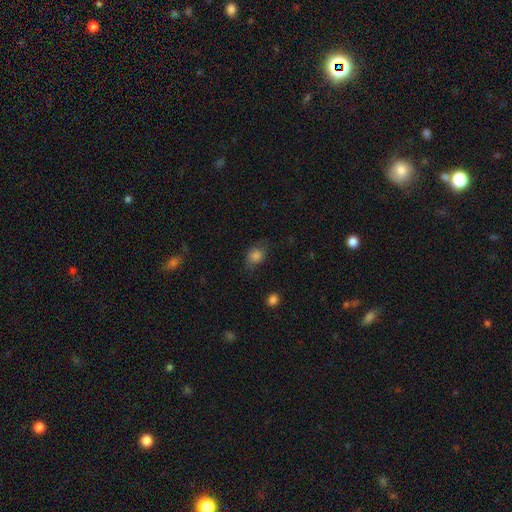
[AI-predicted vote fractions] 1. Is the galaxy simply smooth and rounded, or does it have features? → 81% smooth, 10% star or artifact, 9% featured or disk.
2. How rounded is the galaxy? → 55% in between, 44% round, 1% cigar-shaped.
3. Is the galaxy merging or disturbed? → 61% none, 27% minor disturbance, 10% major disturbance, 2% merger.